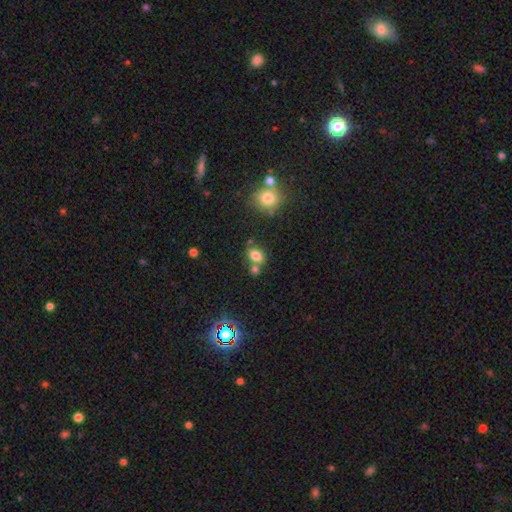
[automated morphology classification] smooth-or-featured: smooth: 77% | star or artifact: 13% | featured or disk: 9%
  how-rounded: in between: 76% | round: 22% | cigar-shaped: 2%
  merging: none: 58% | merger: 26% | minor disturbance: 13% | major disturbance: 4%